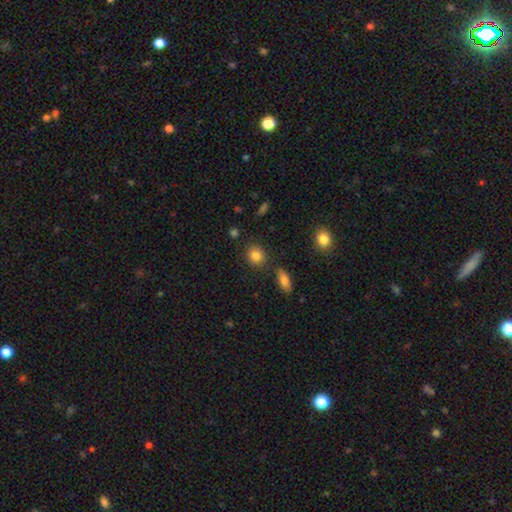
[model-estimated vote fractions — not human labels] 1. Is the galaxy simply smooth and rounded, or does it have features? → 84% smooth, 9% star or artifact, 7% featured or disk.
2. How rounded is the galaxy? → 74% round, 25% in between, 1% cigar-shaped.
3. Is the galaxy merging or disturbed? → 83% none, 10% minor disturbance, 5% merger, 3% major disturbance.